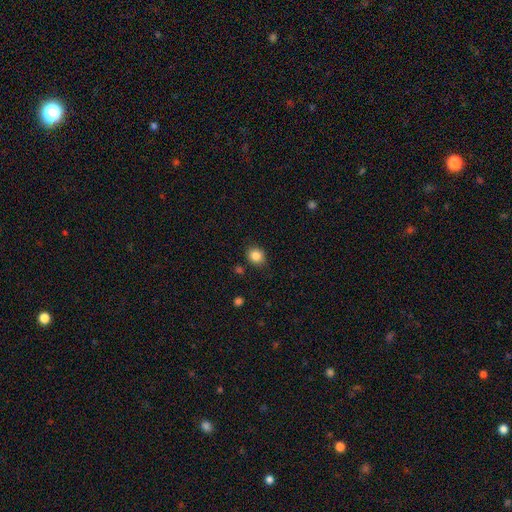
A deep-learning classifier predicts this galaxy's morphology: Smooth or featured? Predicted: smooth (p=0.85). How rounded? Predicted: round (p=0.70). Merging? Predicted: none (p=0.82).